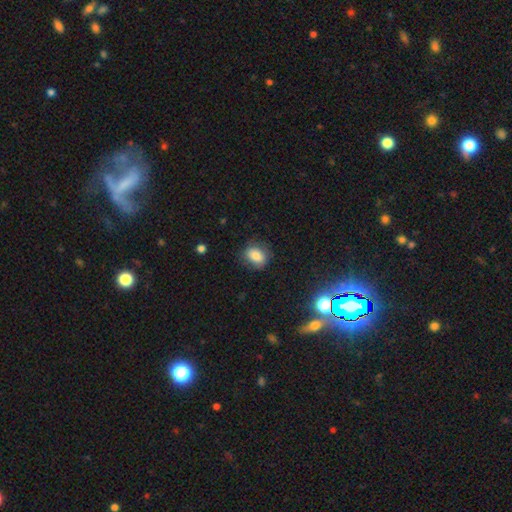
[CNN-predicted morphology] A smooth galaxy with no disk features (82%) that is in between round and cigar-shaped (63%). Merging: none (76%).